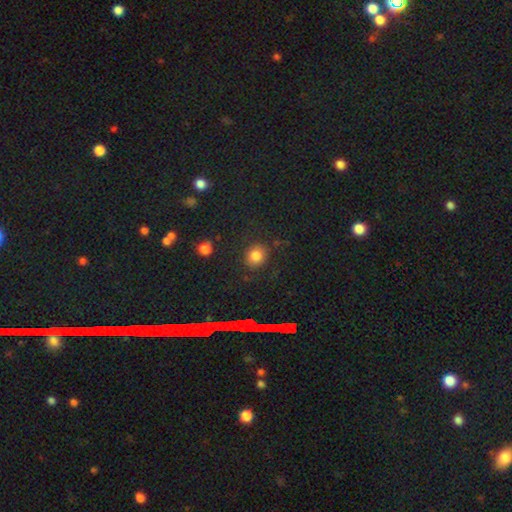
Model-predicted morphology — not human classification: This is clearly a smooth galaxy (80%). How rounded: likely round (75%). Merging: clearly none (84%).